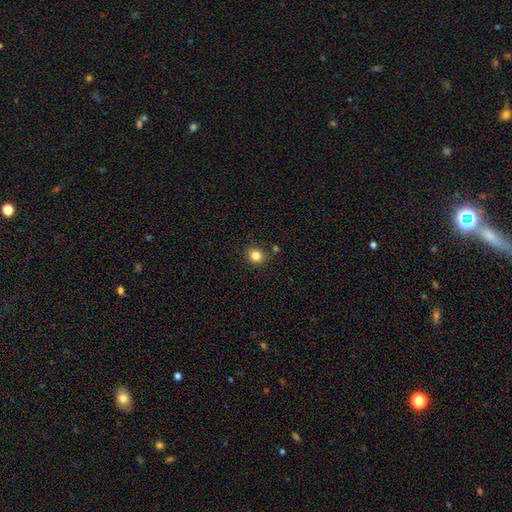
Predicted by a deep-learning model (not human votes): A smooth galaxy with no disk features (83%) that is round (77%).

Vote fractions:
- Smooth or featured? smooth: 83% / star or artifact: 12% / featured or disk: 5%
- How rounded? round: 77% / in between: 22% / cigar-shaped: 1%
- Merging? none: 87% / minor disturbance: 8% / merger: 3% / major disturbance: 2%